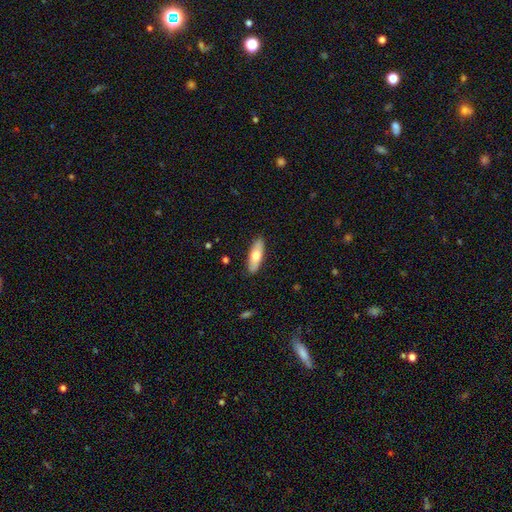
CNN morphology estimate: This is likely a smooth galaxy (67%). How rounded: possibly in between (59%). Merging: clearly none (89%).